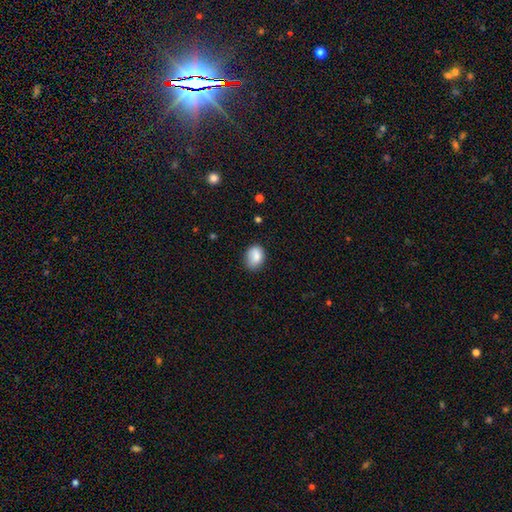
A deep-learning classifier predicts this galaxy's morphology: smooth-or-featured: smooth: 85% | star or artifact: 8% | featured or disk: 7%
  how-rounded: in between: 65% | round: 34% | cigar-shaped: 1%
  merging: none: 70% | minor disturbance: 23% | major disturbance: 5% | merger: 2%